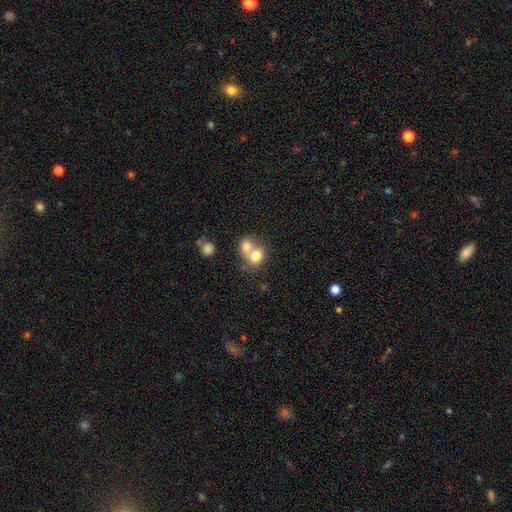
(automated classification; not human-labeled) A smooth galaxy with no disk features (73%) that is round (55%).

Vote fractions:
- Smooth or featured? smooth: 73% / featured or disk: 17% / star or artifact: 9%
- How rounded? round: 55% / in between: 44% / cigar-shaped: 1%
- Merging? merger: 69% / none: 22% / minor disturbance: 6% / major disturbance: 3%